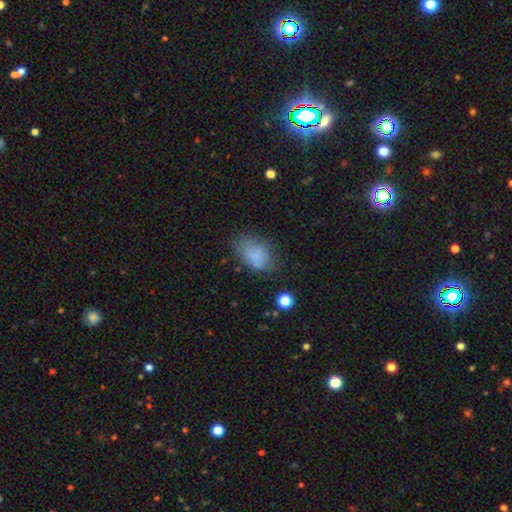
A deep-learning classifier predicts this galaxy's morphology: A smooth galaxy with no disk features (77%) that is in between round and cigar-shaped (86%).

Vote fractions:
- Smooth or featured? smooth: 77% / star or artifact: 12% / featured or disk: 11%
- How rounded? in between: 86% / round: 12% / cigar-shaped: 2%
- Merging? none: 53% / minor disturbance: 29% / major disturbance: 14% / merger: 4%